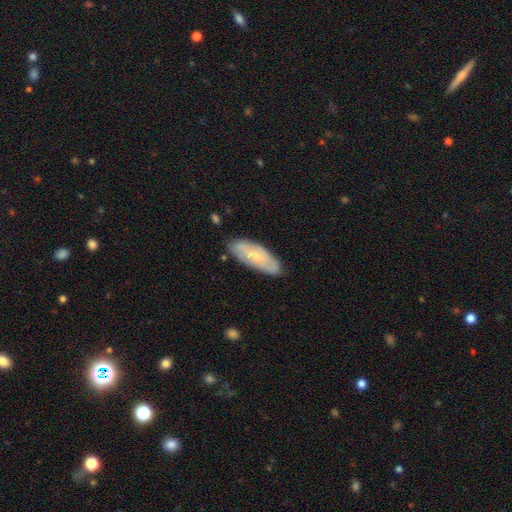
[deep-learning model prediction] Smooth or featured: featured or disk — 48% (smooth — 45%)
Merging: none — 81% (minor disturbance — 15%)